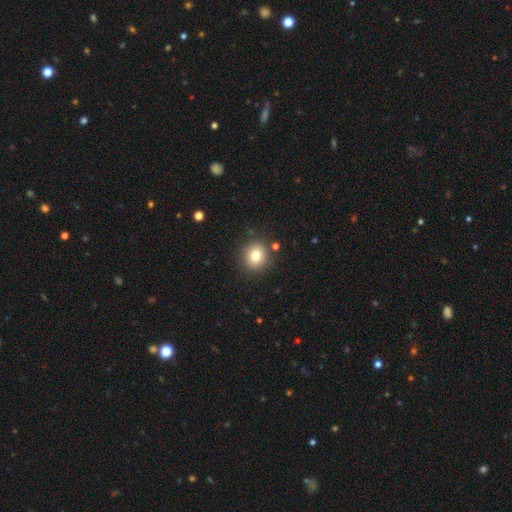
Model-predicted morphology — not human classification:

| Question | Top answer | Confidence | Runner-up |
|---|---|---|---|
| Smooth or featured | smooth | 79% | star or artifact (12%) |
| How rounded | round | 84% | in between (15%) |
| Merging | none | 87% | minor disturbance (8%) |